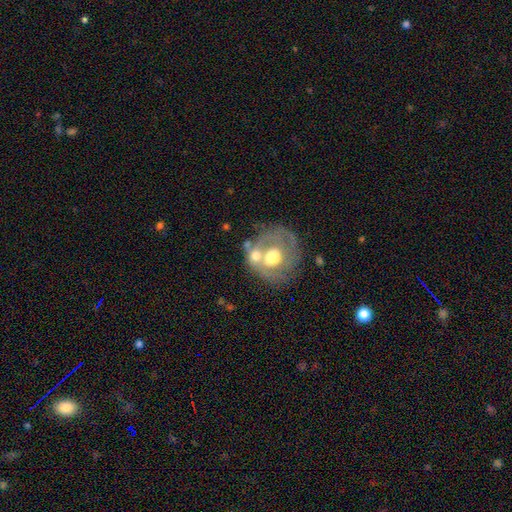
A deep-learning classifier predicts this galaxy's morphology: Q: Smooth or featured?
A: featured or disk (57%); runner-up: smooth (35%)
Q: Edge-on disk?
A: no (96%); runner-up: yes (4%)
Q: Bar?
A: no (80%); runner-up: weak (16%)
Q: Spiral arms?
A: no (66%); runner-up: yes (34%)
Q: Bulge size?
A: moderate (60%); runner-up: large (29%)
Q: Merging?
A: none (41%); runner-up: merger (29%)